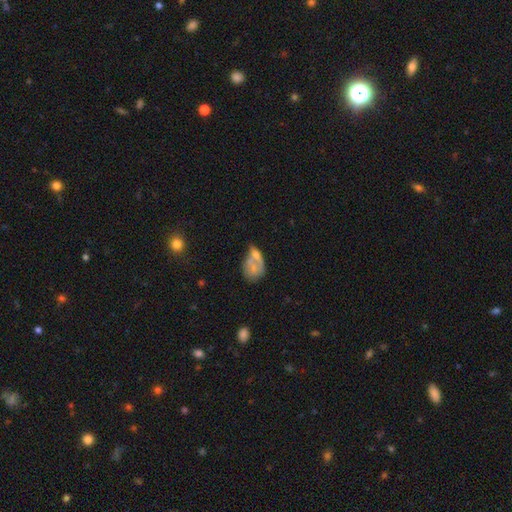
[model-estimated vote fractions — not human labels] Q: Smooth or featured?
A: smooth (56%); runner-up: featured or disk (33%)
Q: How rounded?
A: in between (61%); runner-up: round (35%)
Q: Merging?
A: merger (45%); runner-up: none (27%)